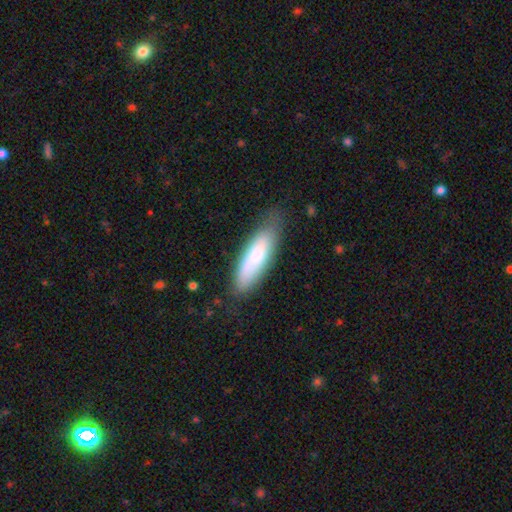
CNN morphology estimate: This is likely a smooth galaxy (74%). How rounded: possibly cigar-shaped (54%). Merging: likely none (73%).